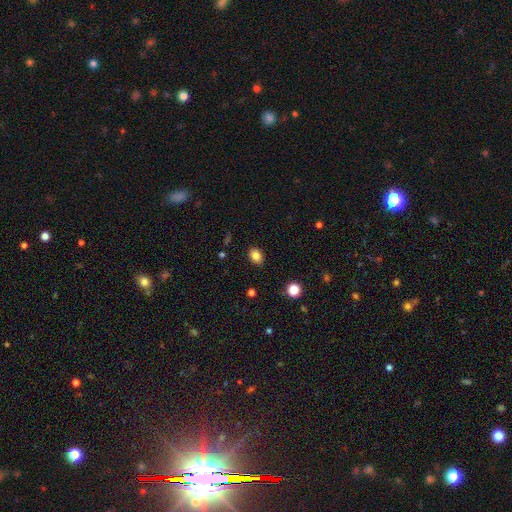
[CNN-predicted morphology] smooth-or-featured: smooth: 84% | star or artifact: 11% | featured or disk: 5%
  how-rounded: in between: 65% | round: 34% | cigar-shaped: 1%
  merging: none: 88% | minor disturbance: 9% | major disturbance: 2% | merger: 1%